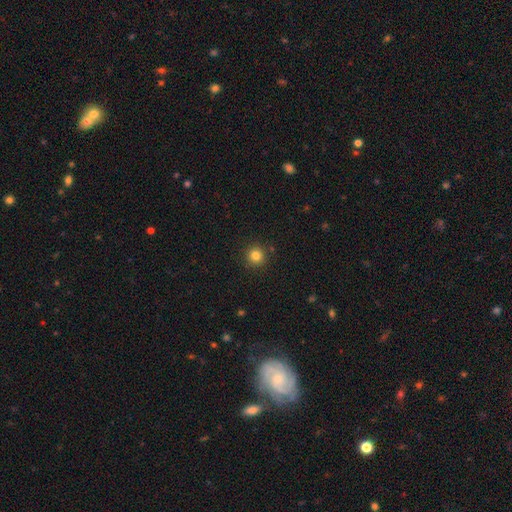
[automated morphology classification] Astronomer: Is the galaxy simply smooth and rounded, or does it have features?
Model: smooth — 82%.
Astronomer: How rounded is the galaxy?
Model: round — 95%.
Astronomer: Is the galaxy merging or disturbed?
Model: none — 91%.